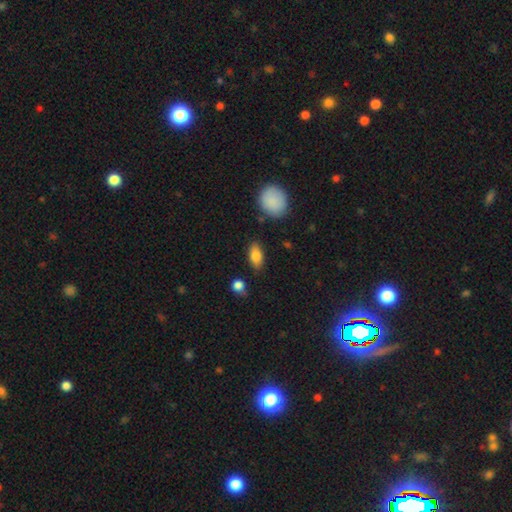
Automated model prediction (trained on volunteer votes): A smooth galaxy with no disk features (83%) that is in between round and cigar-shaped (87%).

Vote fractions:
- Smooth or featured? smooth: 83% / featured or disk: 10% / star or artifact: 8%
- How rounded? in between: 87% / cigar-shaped: 8% / round: 5%
- Merging? none: 83% / minor disturbance: 12% / major disturbance: 3% / merger: 3%